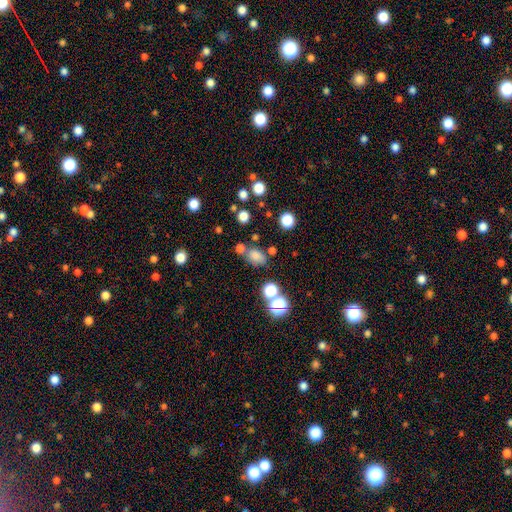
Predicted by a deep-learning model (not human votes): This appears to be a smooth galaxy with no disk features (73%) that is in between round and cigar-shaped (70%). Merging: none (61%).